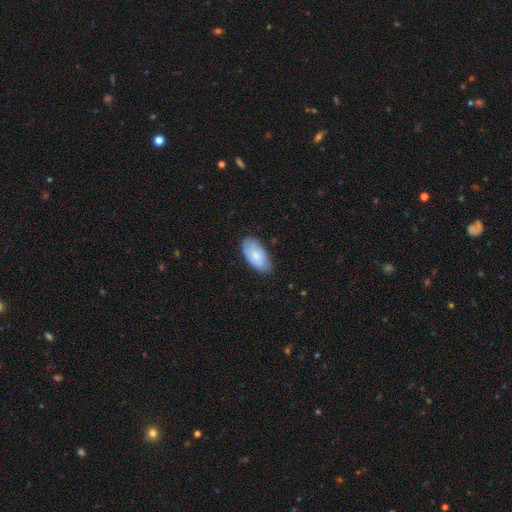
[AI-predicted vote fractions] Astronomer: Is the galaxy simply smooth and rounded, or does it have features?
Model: smooth — 71%.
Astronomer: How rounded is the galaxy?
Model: in between — 95%.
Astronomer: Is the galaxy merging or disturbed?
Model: none — 76%.